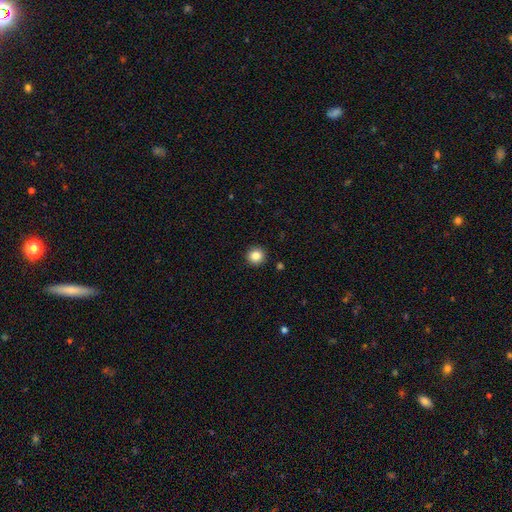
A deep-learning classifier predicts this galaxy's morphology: Smooth or featured? Predicted: smooth (p=0.85). How rounded? Predicted: round (p=0.95). Merging? Predicted: none (p=0.93).